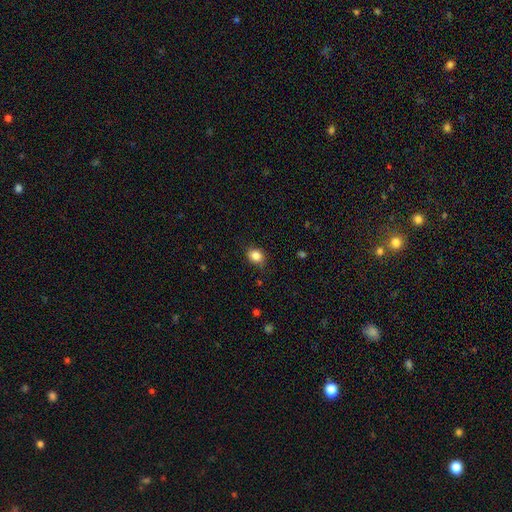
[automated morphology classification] Smooth or featured? Predicted: smooth (p=0.85). How rounded? Predicted: round (p=0.68). Merging? Predicted: none (p=0.77).